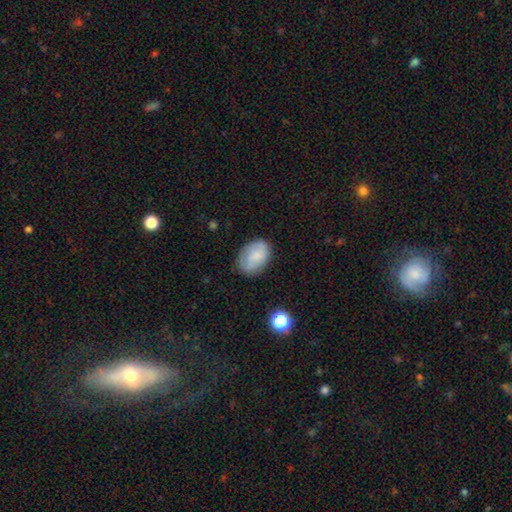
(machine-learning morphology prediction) A smooth galaxy with no disk features (68%) that is in between round and cigar-shaped (78%). Merging: none (73%).